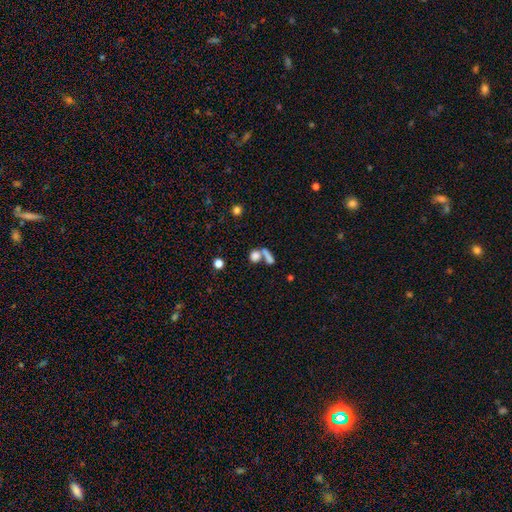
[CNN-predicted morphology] The model was most divided on "merging" (2-way tie): merger: 43%, none: 43%, minor disturbance: 8%, major disturbance: 6%. More confident: smooth or featured — smooth (76%); how rounded — round (57%).